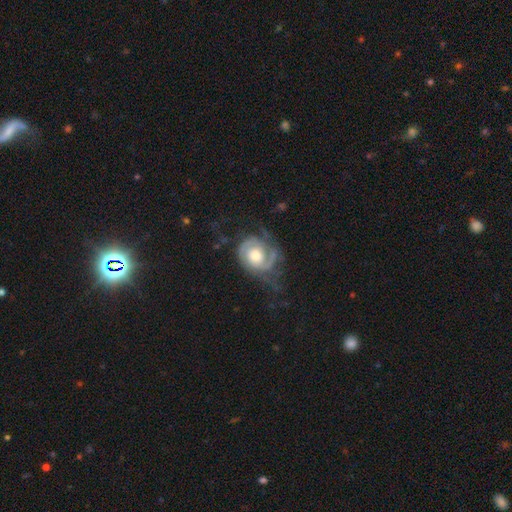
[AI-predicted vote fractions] The model was most divided on "spiral winding": tight: 51%, medium: 34%, loose: 14%. Remaining: edge-on disk — no (98%); spiral arms — yes (93%); smooth or featured — featured or disk (81%); bar — no (75%); bulge size — moderate (67%); spiral arm count — 2 (57%); merging — none (49%).